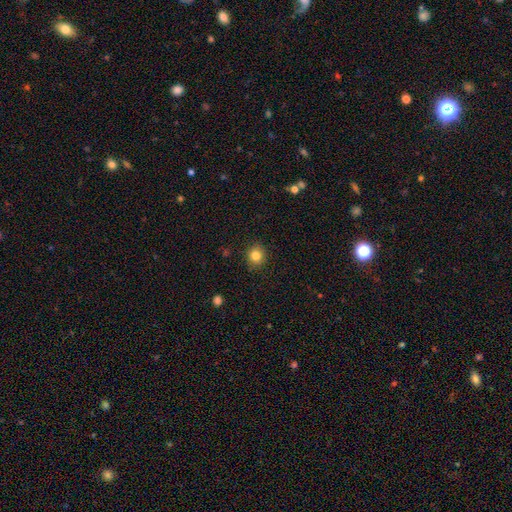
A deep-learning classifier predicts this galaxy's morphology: This is clearly a smooth galaxy (83%). How rounded: clearly round (86%). Merging: clearly none (90%).